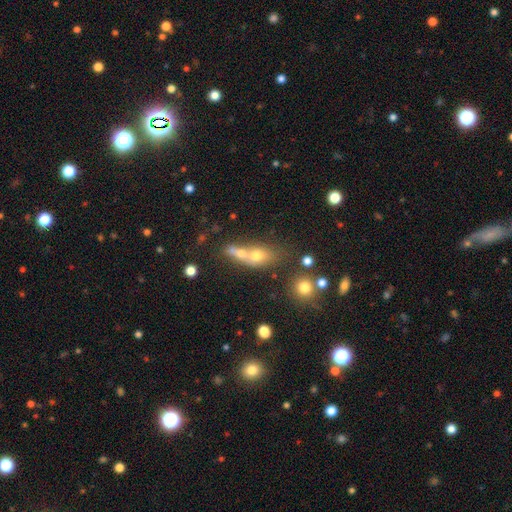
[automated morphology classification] smooth-or-featured: smooth: 59% | featured or disk: 26% | star or artifact: 15%
  how-rounded: in between: 52% | round: 27% | cigar-shaped: 20%
  merging: merger: 56% | none: 28% | minor disturbance: 9% | major disturbance: 7%